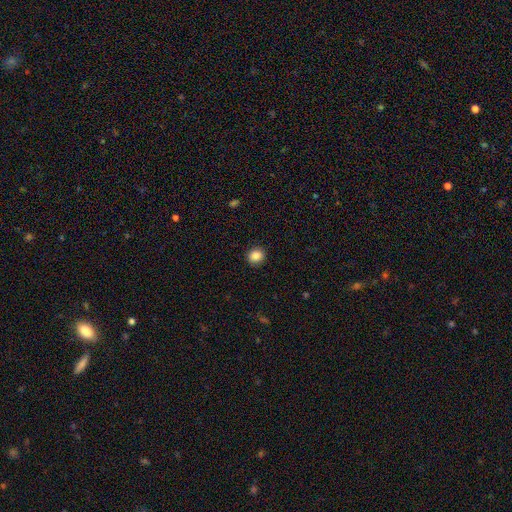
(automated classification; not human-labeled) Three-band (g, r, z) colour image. It shows a smooth galaxy with no disk features (86%) that is round (82%). Merging: none (91%).